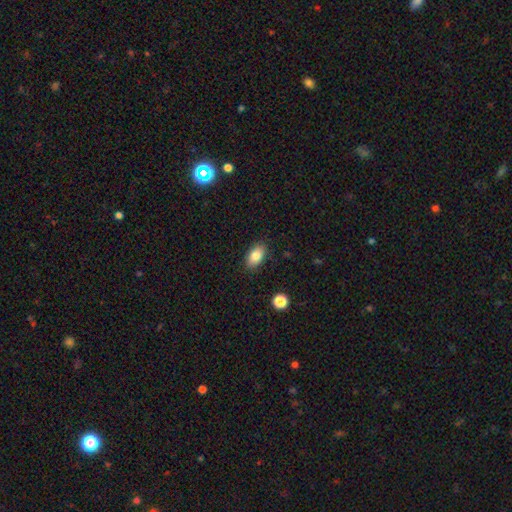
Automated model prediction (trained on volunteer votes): Smooth or featured: smooth — 84% (featured or disk — 8%)
How rounded: in between — 90% (round — 7%)
Merging: none — 86% (minor disturbance — 10%)